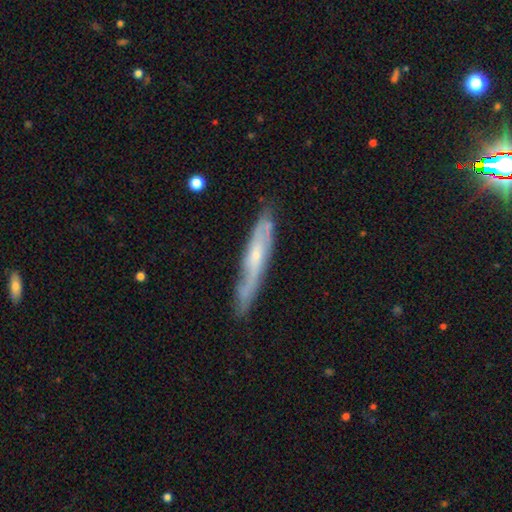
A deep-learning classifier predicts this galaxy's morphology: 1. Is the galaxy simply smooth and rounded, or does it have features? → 65% featured or disk, 29% smooth, 6% star or artifact.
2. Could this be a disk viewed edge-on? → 54% yes, 46% no.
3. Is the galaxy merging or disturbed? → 71% none, 22% minor disturbance, 5% major disturbance, 2% merger.